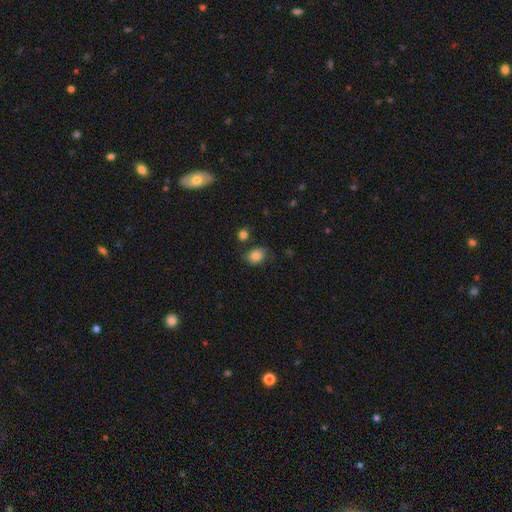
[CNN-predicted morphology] Overall: smooth (81%). How rounded: round (50%; in between 49%). Merging: none (68%).